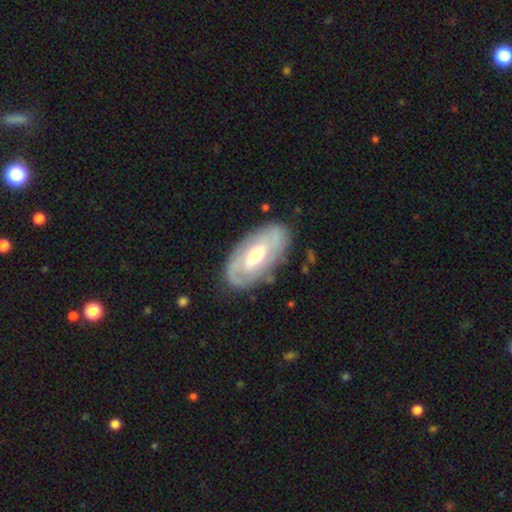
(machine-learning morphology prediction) Smooth or featured?
  - featured or disk: 72% *
  - smooth: 23%
  - star or artifact: 5%
Edge-on disk?
  - no: 92% *
  - yes: 8%
Bar?
  - weak: 43% *
  - no: 35%
  - strong: 23%
Spiral arms?
  - yes: 76% *
  - no: 24%
Spiral winding?
  - tight: 56% *
  - medium: 31%
  - loose: 13%
Spiral arm count?
  - 2: 51% *
  - can't tell: 33%
  - 1: 7%
  - 3: 5%
  - 4: 2%
  - more than 4: 2%
Bulge size?
  - moderate: 62% *
  - small: 32%
  - large: 4%
  - none: 1%
  - dominant: 1%
Merging?
  - none: 80% *
  - minor disturbance: 14%
  - major disturbance: 4%
  - merger: 2%